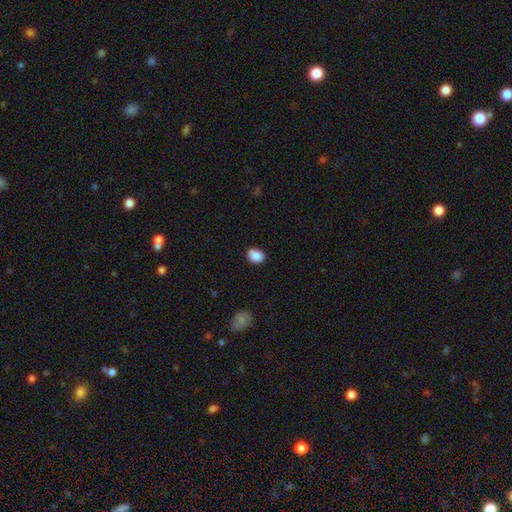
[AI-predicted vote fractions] A smooth galaxy with no disk features (89%) that is in between round and cigar-shaped (63%). Merging: none (84%).